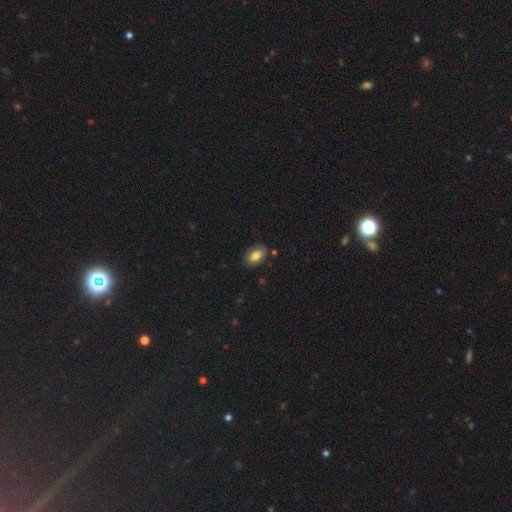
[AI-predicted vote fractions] This is clearly a smooth galaxy (82%). How rounded: clearly in between (90%). Merging: clearly none (83%).